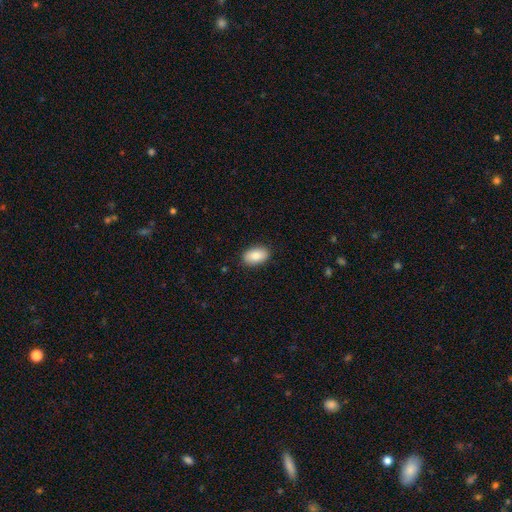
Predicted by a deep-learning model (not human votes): Overall: smooth (85%). How rounded: in between (92%). Merging: none (88%).